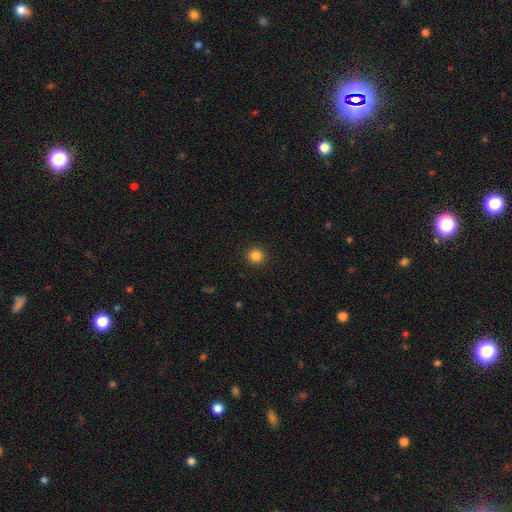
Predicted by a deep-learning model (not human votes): Smooth or featured?
  - smooth: 85% *
  - star or artifact: 11%
  - featured or disk: 4%
How rounded?
  - round: 93% *
  - in between: 6%
  - cigar-shaped: 1%
Merging?
  - none: 93% *
  - minor disturbance: 5%
  - major disturbance: 2%
  - merger: 1%